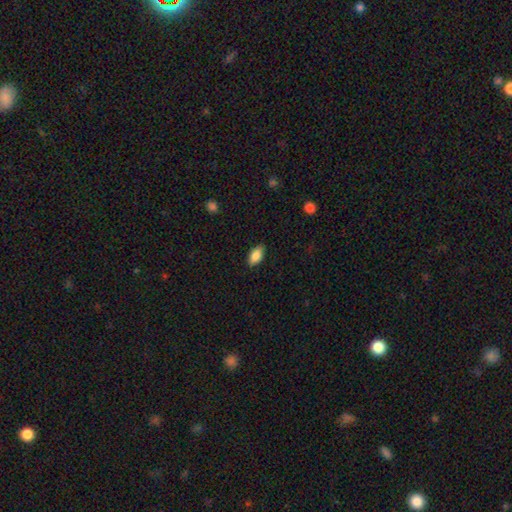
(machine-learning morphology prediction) smooth 85%, featured or disk 8%, star or artifact 7%. Down the decision tree: how rounded — in between (91%); merging — none (87%).